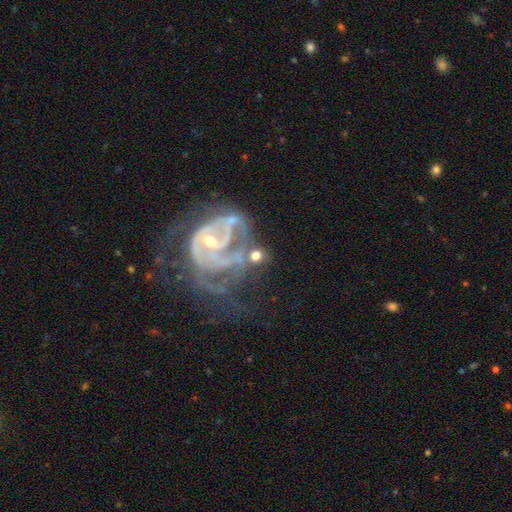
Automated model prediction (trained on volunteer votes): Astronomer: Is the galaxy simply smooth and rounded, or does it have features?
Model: featured or disk — 55% (runner-up: smooth, 35%).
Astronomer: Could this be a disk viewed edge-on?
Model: no — 97%.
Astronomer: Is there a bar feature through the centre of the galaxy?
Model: no — 52% (runner-up: weak, 32%).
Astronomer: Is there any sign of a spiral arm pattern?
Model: yes — 79%.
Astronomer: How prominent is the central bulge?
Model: moderate — 44% (runner-up: small, 43%).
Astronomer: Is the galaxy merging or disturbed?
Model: none — 43% (runner-up: merger, 22%).